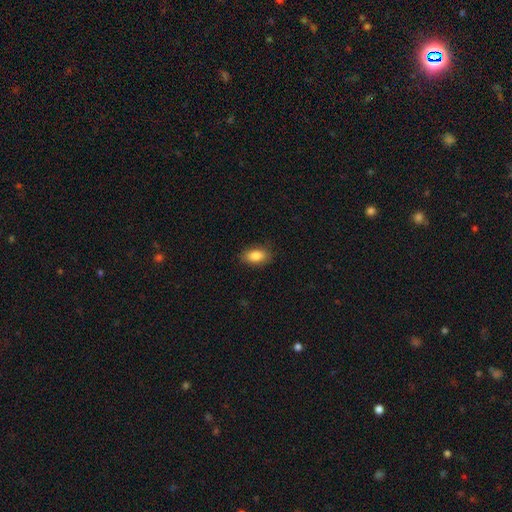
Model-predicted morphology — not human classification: A smooth galaxy with no disk features (85%) that is in between round and cigar-shaped (89%). Merging: none (86%).